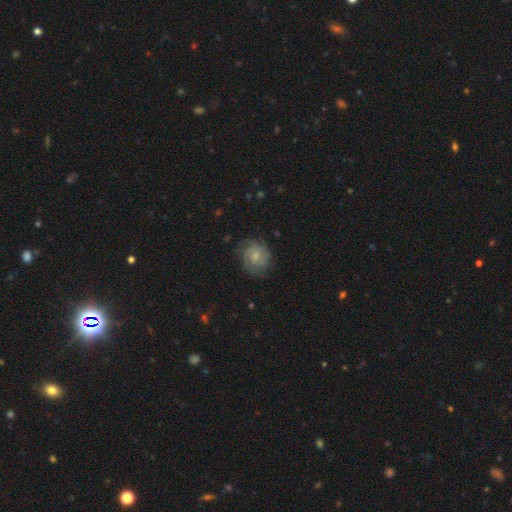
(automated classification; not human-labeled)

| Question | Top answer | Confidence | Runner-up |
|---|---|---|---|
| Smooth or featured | featured or disk | 47% | smooth (45%) |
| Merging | none | 69% | minor disturbance (21%) |